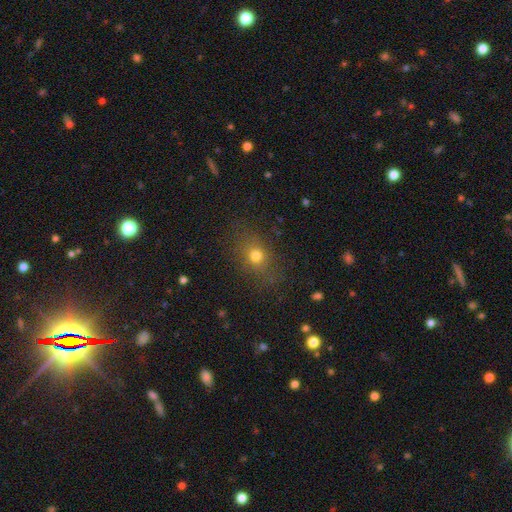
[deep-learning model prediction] smooth_or_featured: smooth (p=0.71) [alt: star or artifact p=0.16]
how_rounded: round (p=0.49) [alt: in between p=0.48]
merging: none (p=0.80) [alt: minor disturbance p=0.13]